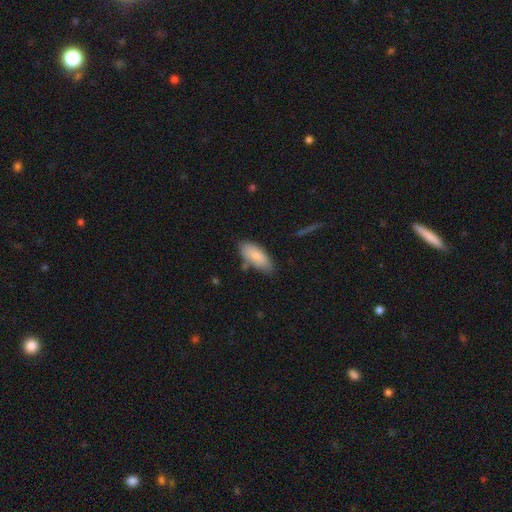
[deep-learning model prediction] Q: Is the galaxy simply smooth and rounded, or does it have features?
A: smooth — 83%.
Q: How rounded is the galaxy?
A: in between — 88%.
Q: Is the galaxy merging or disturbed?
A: none — 69%.